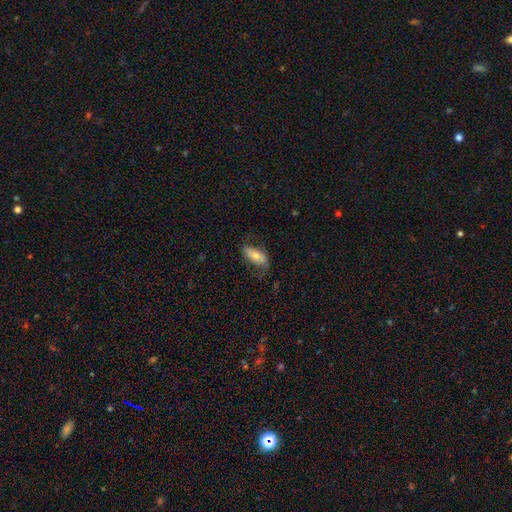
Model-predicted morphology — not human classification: Smooth or featured: smooth — 61% (featured or disk — 32%)
How rounded: in between — 84% (cigar-shaped — 14%)
Merging: none — 62% (minor disturbance — 25%)